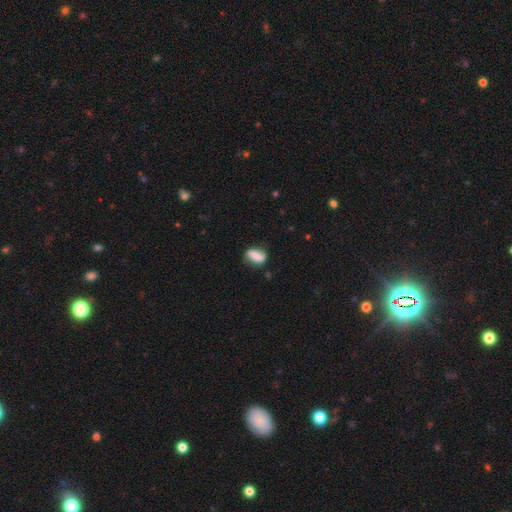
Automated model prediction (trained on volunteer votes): Smooth or featured? smooth (51%)
How rounded? in between (73%)
Merging? none (69%)